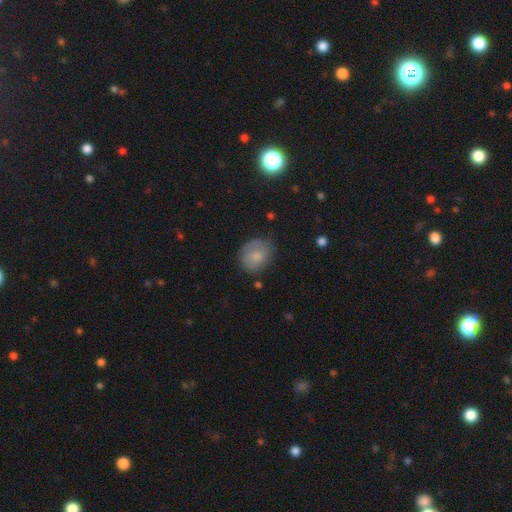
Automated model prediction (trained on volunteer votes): This is likely a smooth galaxy (67%). How rounded: possibly round (54%). Merging: likely none (63%).